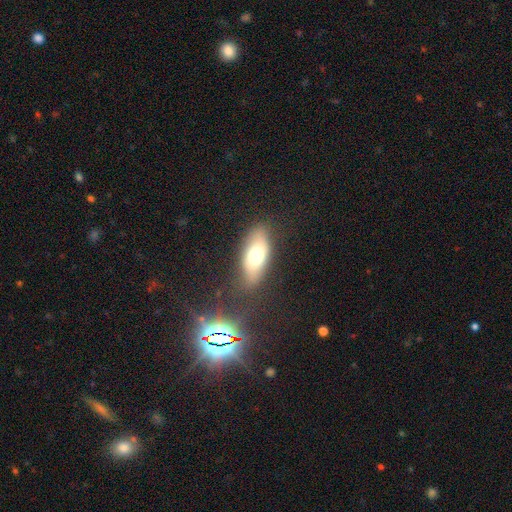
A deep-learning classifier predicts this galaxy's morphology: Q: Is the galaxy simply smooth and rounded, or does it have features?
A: smooth — 66%.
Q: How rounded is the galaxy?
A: in between — 80%.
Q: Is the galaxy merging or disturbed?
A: none — 77%.